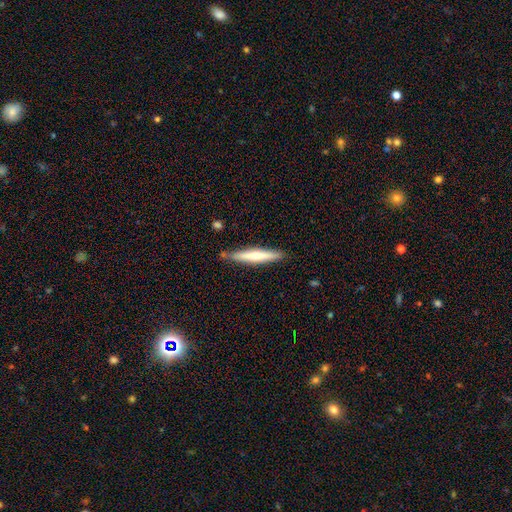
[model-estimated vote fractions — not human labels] This is possibly a smooth galaxy (49%). Merging: clearly none (82%).